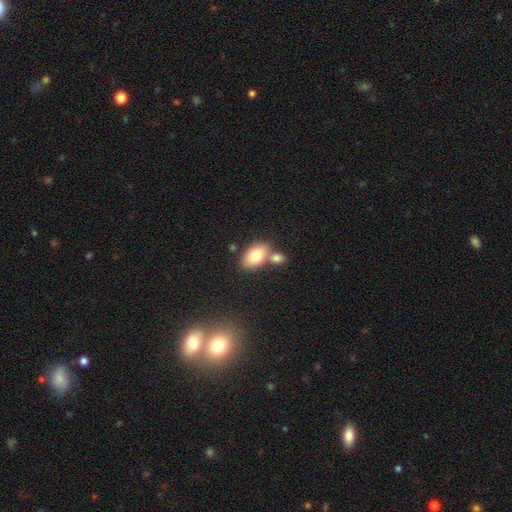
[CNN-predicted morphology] Smooth or featured? Predicted: smooth (p=0.78). How rounded? Predicted: in between (p=0.89). Merging? Predicted: none (p=0.53).